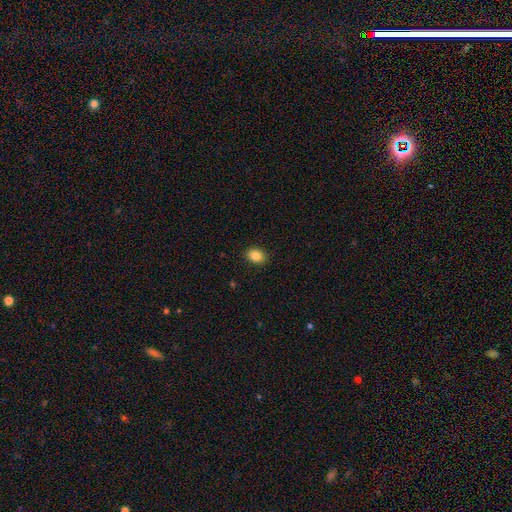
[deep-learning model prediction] Overall: smooth (86%). How rounded: in between (71%). Merging: none (89%).